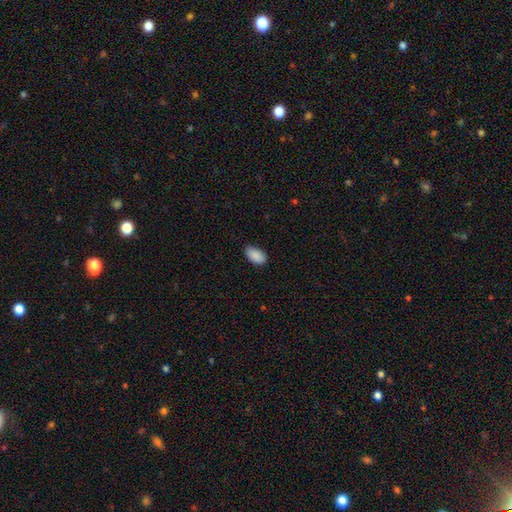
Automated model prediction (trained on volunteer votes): This appears to be a smooth galaxy with no disk features (89%) that is in between round and cigar-shaped (95%). Merging: none (82%).